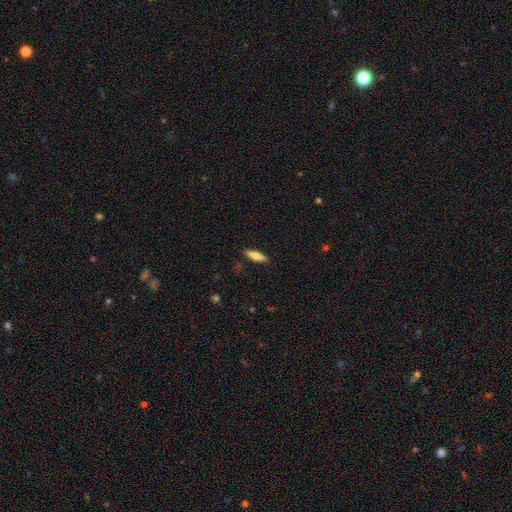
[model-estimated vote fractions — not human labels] smooth_or_featured: smooth (p=0.67) [alt: featured or disk p=0.26]
how_rounded: cigar-shaped (p=0.59) [alt: in between p=0.38]
merging: none (p=0.88) [alt: minor disturbance p=0.08]